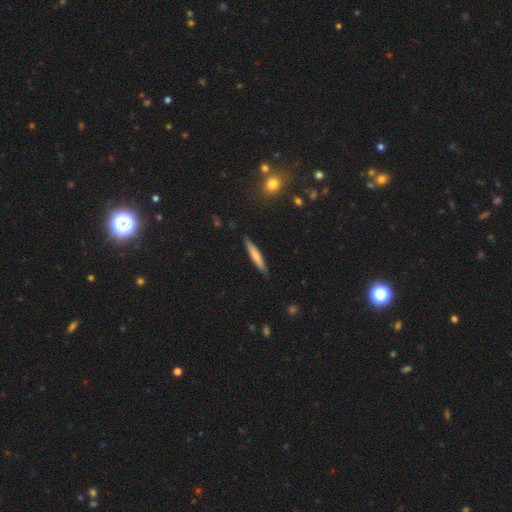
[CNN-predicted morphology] A smooth galaxy with no disk features (67%) that is cigar-shaped (93%). Merging: none (87%).